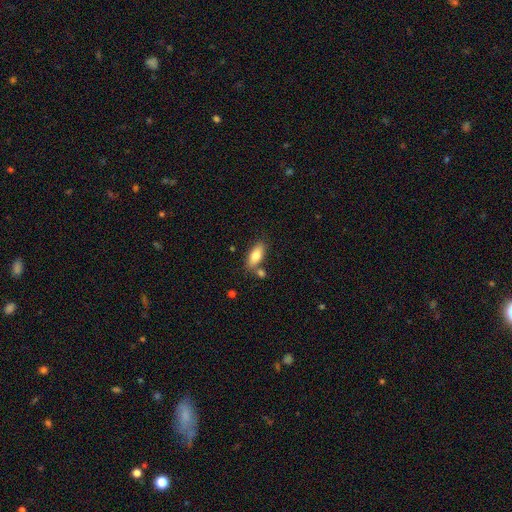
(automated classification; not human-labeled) Q: Smooth or featured?
A: smooth (79%); runner-up: featured or disk (14%)
Q: How rounded?
A: in between (81%); runner-up: cigar-shaped (17%)
Q: Merging?
A: none (71%); runner-up: minor disturbance (14%)